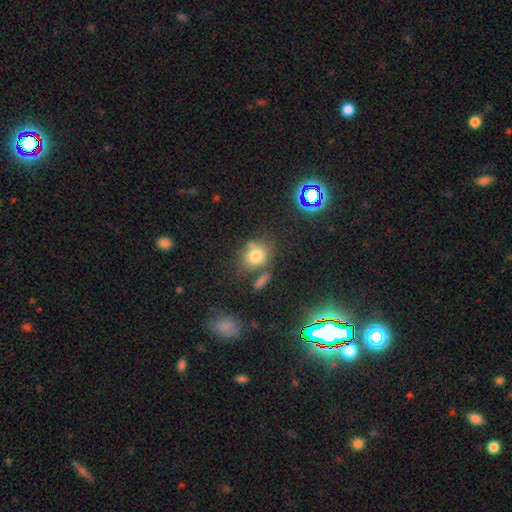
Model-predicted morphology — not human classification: The model was most divided on "how rounded": round: 63%, in between: 35%, cigar-shaped: 2%. More confident: smooth or featured — smooth (75%); merging — none (58%).